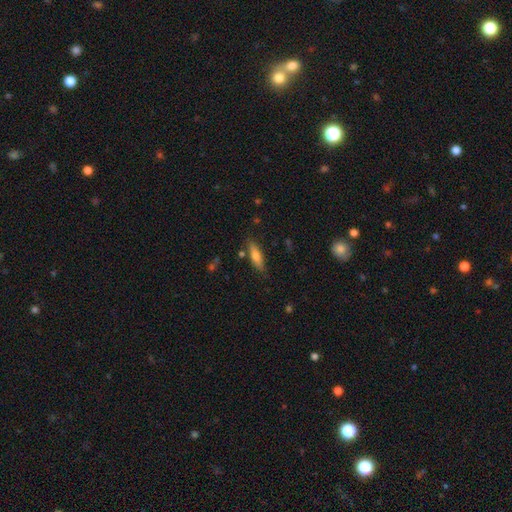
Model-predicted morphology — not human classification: Smooth or featured: smooth — 67% (featured or disk — 25%)
How rounded: cigar-shaped — 62% (in between — 36%)
Merging: none — 79% (minor disturbance — 14%)